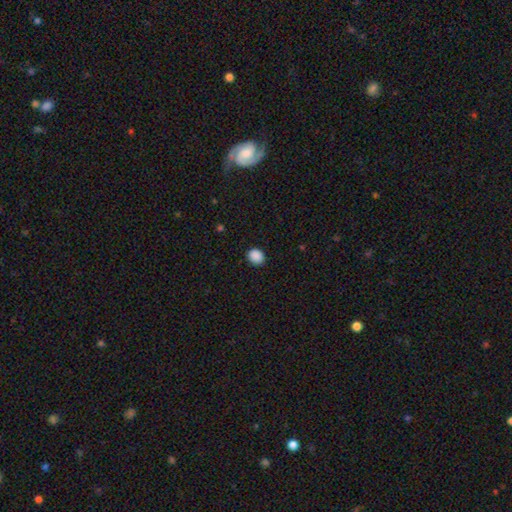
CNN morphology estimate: Smooth or featured: smooth — 89% (star or artifact — 9%)
How rounded: round — 61% (in between — 38%)
Merging: none — 90% (minor disturbance — 7%)